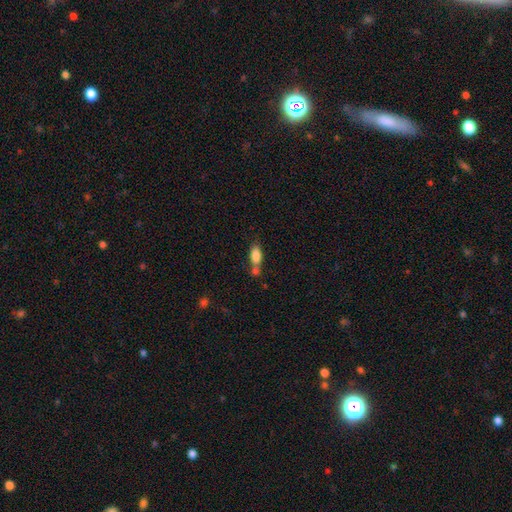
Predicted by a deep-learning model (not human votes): This appears to be a smooth galaxy with no disk features (83%) that is in between round and cigar-shaped (85%). Merging: none (42%).